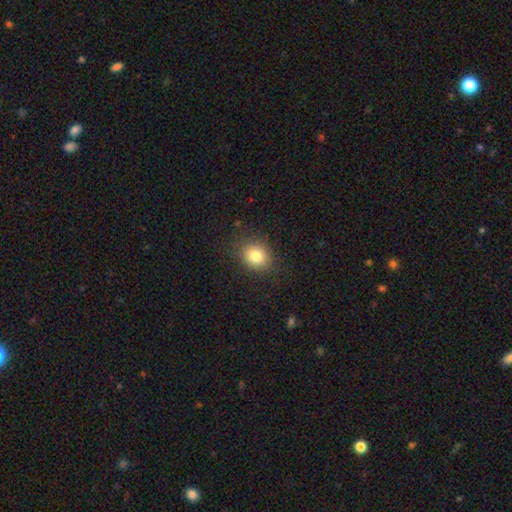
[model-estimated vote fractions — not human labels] Smooth or featured? Predicted: smooth (p=0.82). How rounded? Predicted: round (p=0.62). Merging? Predicted: none (p=0.85).